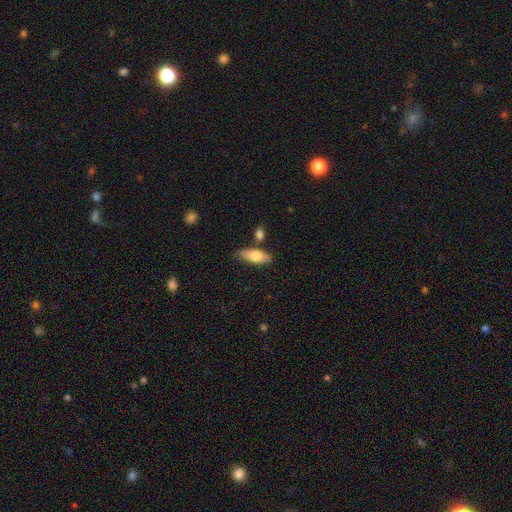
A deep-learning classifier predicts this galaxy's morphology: smooth 70%, featured or disk 25%, star or artifact 6%. Down the decision tree: how rounded — in between (69%); merging — none (73%).